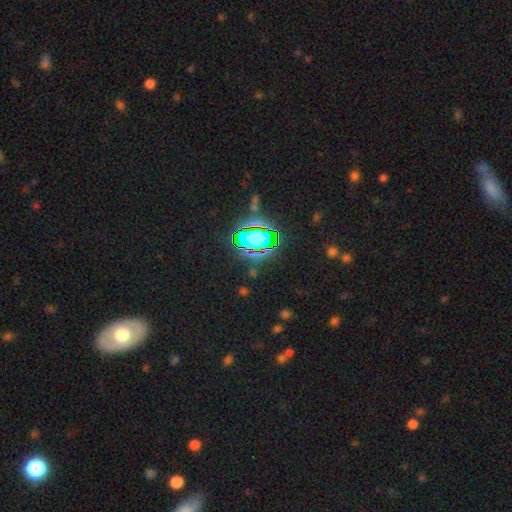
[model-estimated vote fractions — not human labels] A star or artifact, not a galaxy (63%).

Vote fractions:
- Smooth or featured? star or artifact: 63% / smooth: 21% / featured or disk: 16%